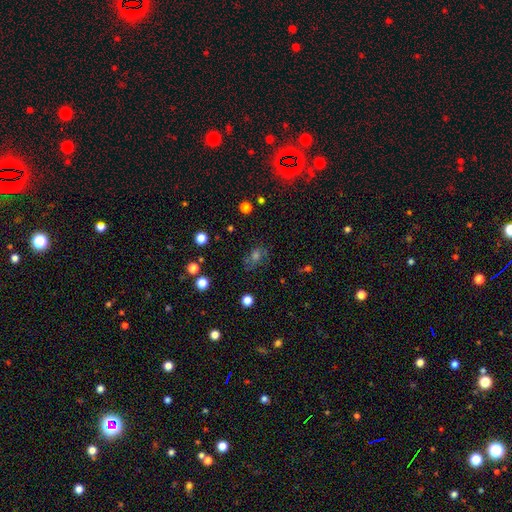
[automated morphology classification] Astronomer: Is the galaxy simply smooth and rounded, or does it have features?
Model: smooth — 40% (runner-up: star or artifact, 35%).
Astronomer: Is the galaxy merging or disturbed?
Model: none — 68%.